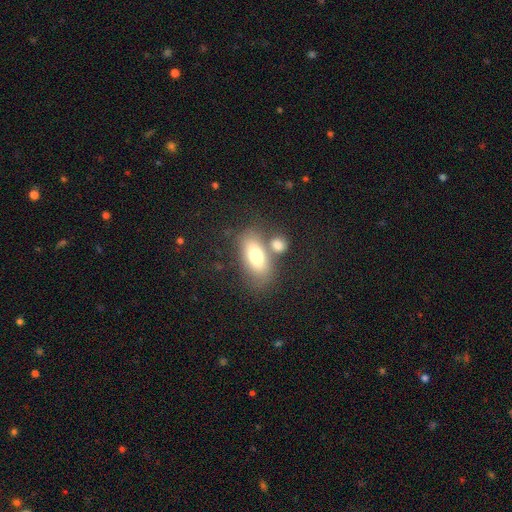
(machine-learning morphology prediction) smooth_or_featured: smooth (p=0.70) [alt: featured or disk p=0.22]
how_rounded: in between (p=0.85) [alt: cigar-shaped p=0.08]
merging: none (p=0.54) [alt: merger p=0.27]